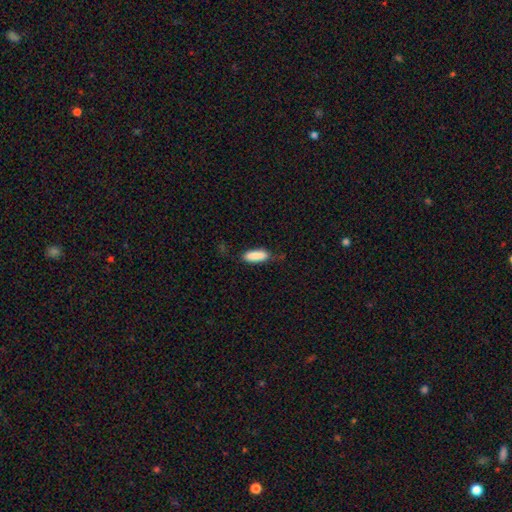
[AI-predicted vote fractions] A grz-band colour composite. It shows a smooth galaxy with no disk features (88%) that is in between round and cigar-shaped (60%). Merging: none (73%).